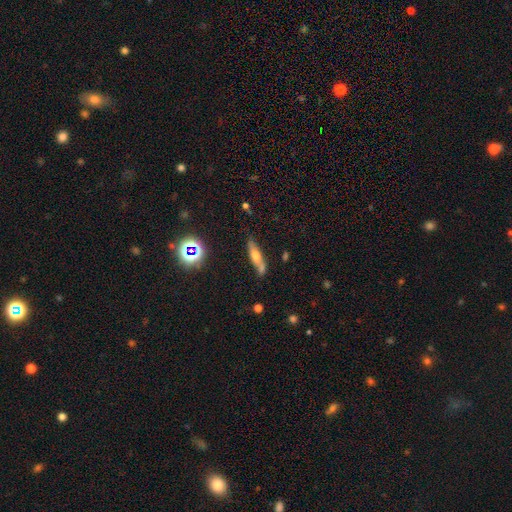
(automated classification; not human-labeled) smooth_or_featured: smooth (p=0.46) [alt: featured or disk p=0.43]
merging: none (p=0.69) [alt: minor disturbance p=0.18]